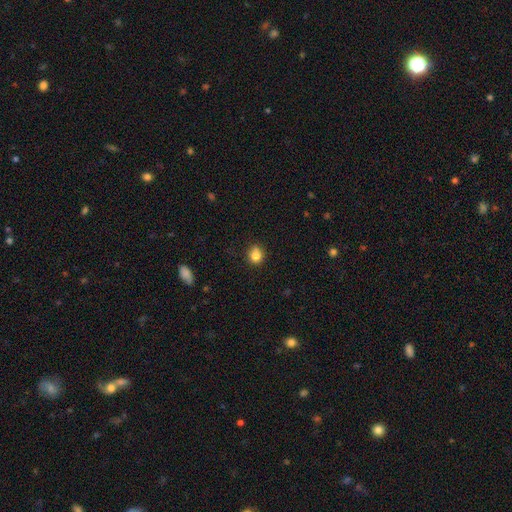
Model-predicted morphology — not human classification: smooth_or_featured: smooth (p=0.82) [alt: star or artifact p=0.11]
how_rounded: round (p=0.77) [alt: in between p=0.22]
merging: none (p=0.68) [alt: minor disturbance p=0.22]